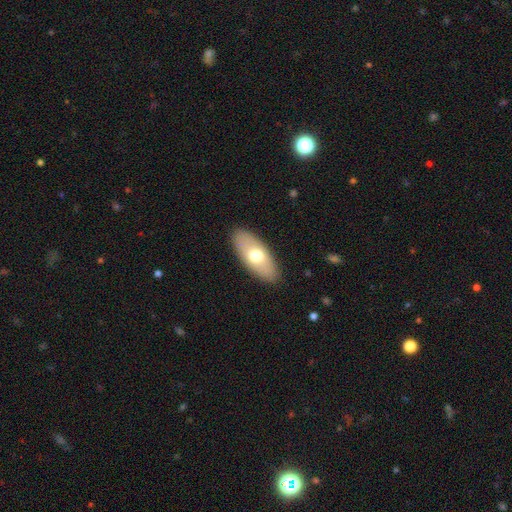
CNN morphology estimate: Smooth or featured?
  - smooth: 65% *
  - featured or disk: 29%
  - star or artifact: 6%
How rounded?
  - in between: 87% *
  - cigar-shaped: 11%
  - round: 3%
Merging?
  - none: 89% *
  - minor disturbance: 8%
  - major disturbance: 2%
  - merger: 1%